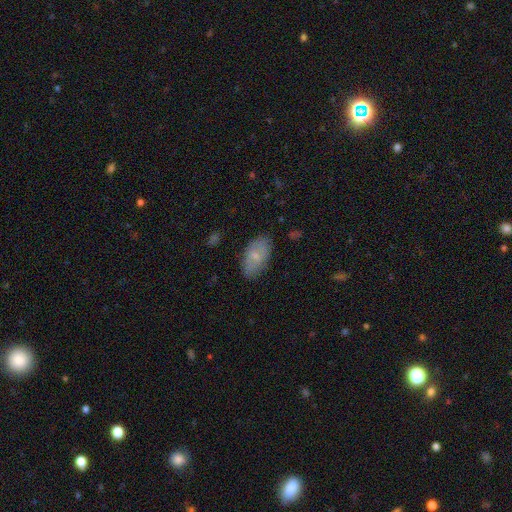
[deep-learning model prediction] smooth 72%, featured or disk 22%, star or artifact 6%. Down the decision tree: how rounded — in between (94%); merging — none (80%).